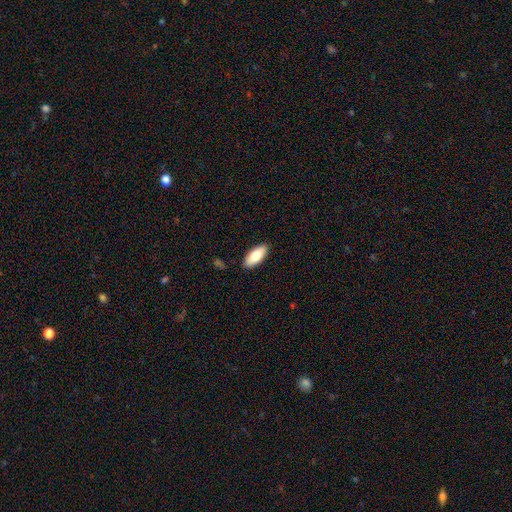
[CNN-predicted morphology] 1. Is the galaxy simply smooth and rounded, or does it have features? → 80% smooth, 14% featured or disk, 6% star or artifact.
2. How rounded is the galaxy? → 85% in between, 13% cigar-shaped, 2% round.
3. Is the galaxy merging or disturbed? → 89% none, 8% minor disturbance, 2% major disturbance, 1% merger.